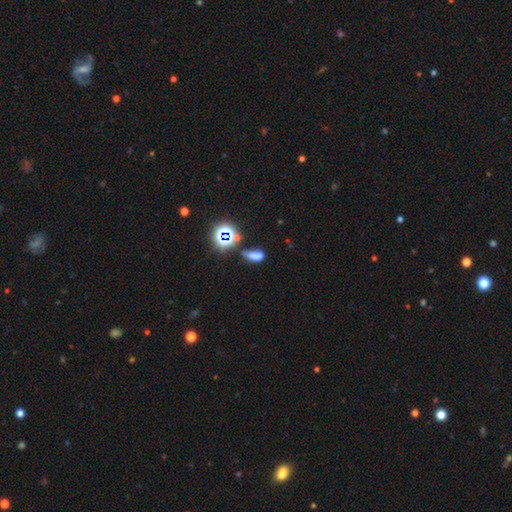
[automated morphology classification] The model was most divided on "merging": none: 40%, minor disturbance: 22%, merger: 21%, major disturbance: 17%. More confident: how rounded — in between (67%); smooth or featured — smooth (60%).